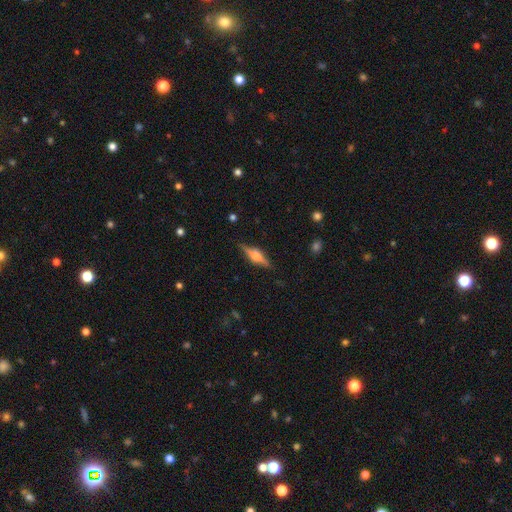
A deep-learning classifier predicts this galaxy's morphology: featured or disk 69%, smooth 24%, star or artifact 7%. Down the decision tree: edge-on disk — yes (96%); edge-on bulge — rounded (88%); merging — none (87%).